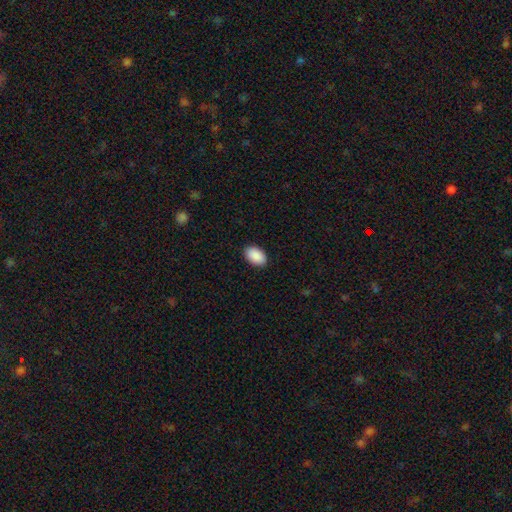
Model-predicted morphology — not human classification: Smooth or featured: smooth — 91% (star or artifact — 6%)
How rounded: in between — 91% (round — 7%)
Merging: none — 90% (minor disturbance — 7%)